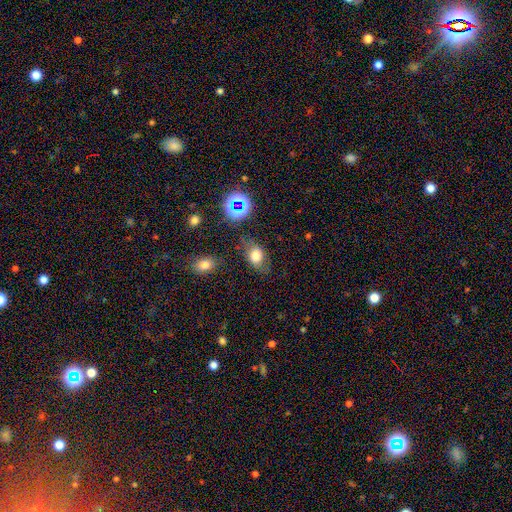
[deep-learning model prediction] This appears to be a smooth galaxy with no disk features (71%) that is in between round and cigar-shaped (75%). Merging: none (69%).